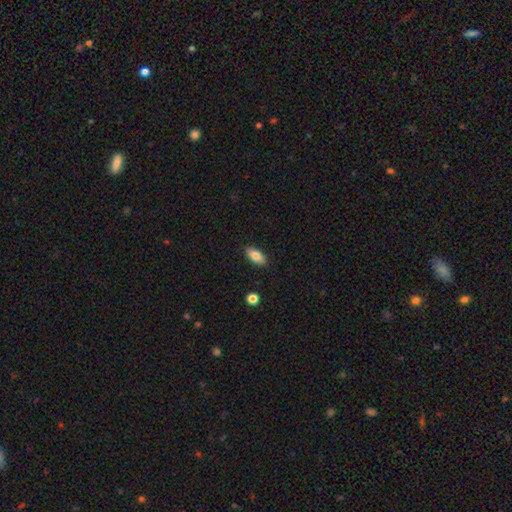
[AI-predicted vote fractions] Q: Smooth or featured?
A: smooth (83%); runner-up: featured or disk (10%)
Q: How rounded?
A: in between (89%); runner-up: cigar-shaped (9%)
Q: Merging?
A: none (88%); runner-up: minor disturbance (8%)